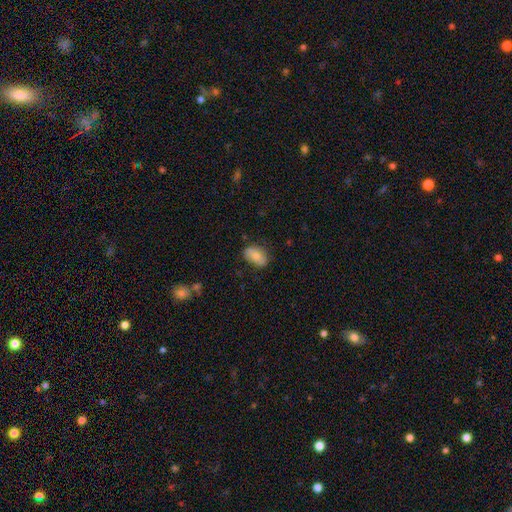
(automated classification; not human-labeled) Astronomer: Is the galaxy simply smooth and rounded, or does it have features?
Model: smooth — 73%.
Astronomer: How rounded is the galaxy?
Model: in between — 88%.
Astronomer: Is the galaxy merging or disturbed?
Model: none — 73%.